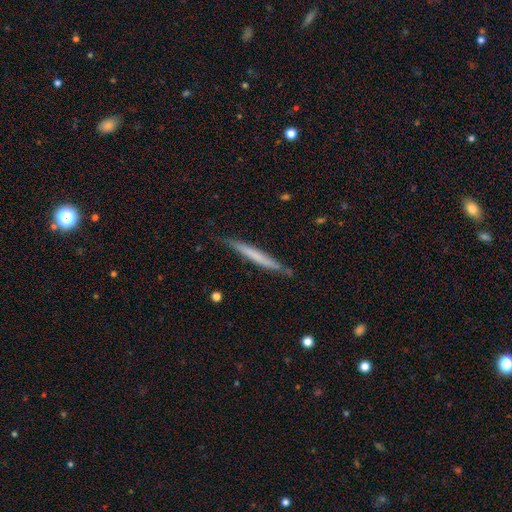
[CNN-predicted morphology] Overall: smooth (54%; featured or disk 41%). How rounded: cigar-shaped (97%). Merging: none (82%).